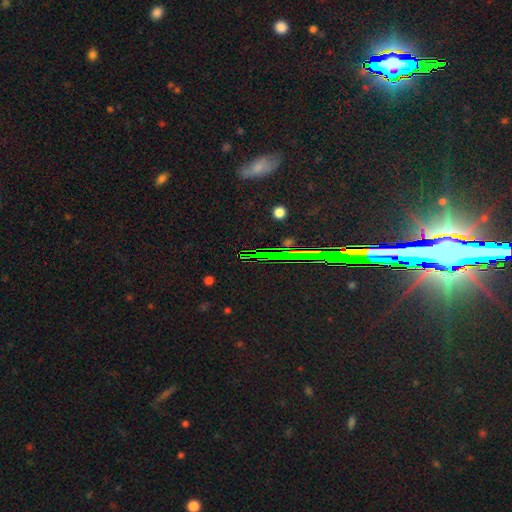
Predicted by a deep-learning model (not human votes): star or artifact 72%, smooth 17%, featured or disk 11%.